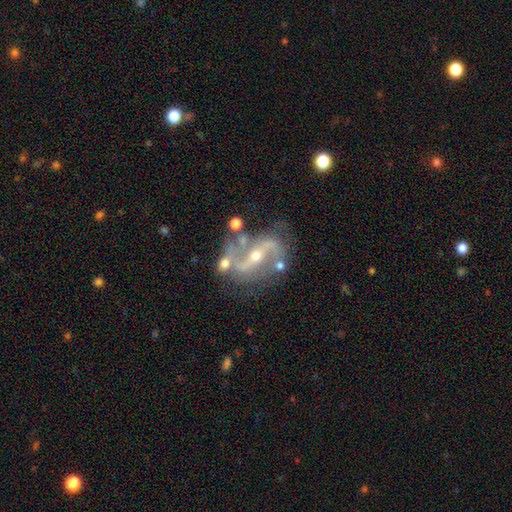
A featured or disk galaxy (92%) with a strong bar (69%), 2 (91%) loose (50%) spiral arms (91%) and a small central bulge (54%).

Vote fractions:
- Smooth or featured? featured or disk: 92% / smooth: 5% / star or artifact: 3%
- Edge-on disk? no: 97% / yes: 3%
- Bar? strong: 69% / no: 17% / weak: 14%
- Spiral arms? yes: 91% / no: 9%
- Spiral winding? loose: 50% / medium: 31% / tight: 19%
- Spiral arm count? 2: 91% / 1: 3% / 3: 3% / can't tell: 3% / 4: 0% / more than 4: 0%
- Bulge size? small: 54% / moderate: 46% / dominant: 0% / large: 0% / none: 0%
- Merging? none: 58% / minor disturbance: 24% / merger: 16% / major disturbance: 3%